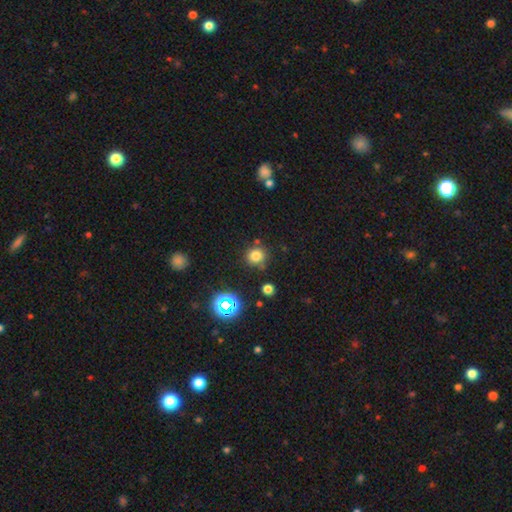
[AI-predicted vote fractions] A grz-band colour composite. It shows a smooth galaxy with no disk features (74%) that is round (91%). Merging: none (79%).